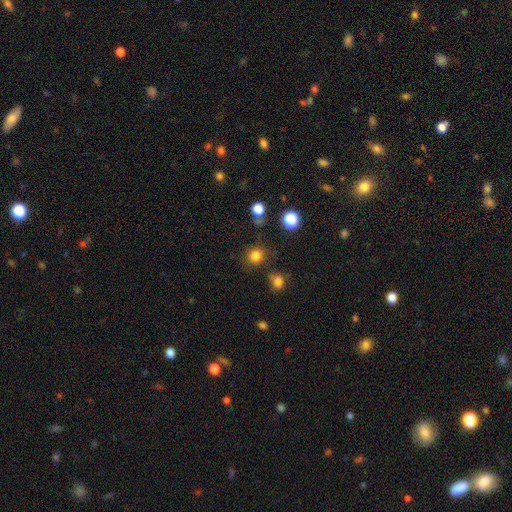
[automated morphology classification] Smooth or featured? Predicted: smooth (p=0.79). How rounded? Predicted: round (p=0.89). Merging? Predicted: none (p=0.80).